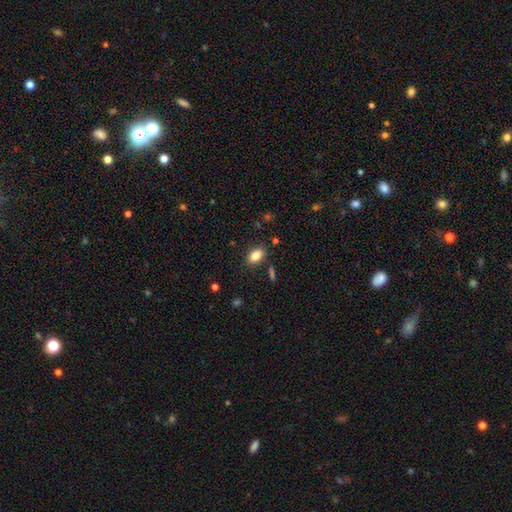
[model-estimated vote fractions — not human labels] Smooth or featured?
  - smooth: 83% *
  - star or artifact: 9%
  - featured or disk: 8%
How rounded?
  - in between: 88% *
  - round: 9%
  - cigar-shaped: 3%
Merging?
  - none: 84% *
  - minor disturbance: 11%
  - merger: 3%
  - major disturbance: 3%